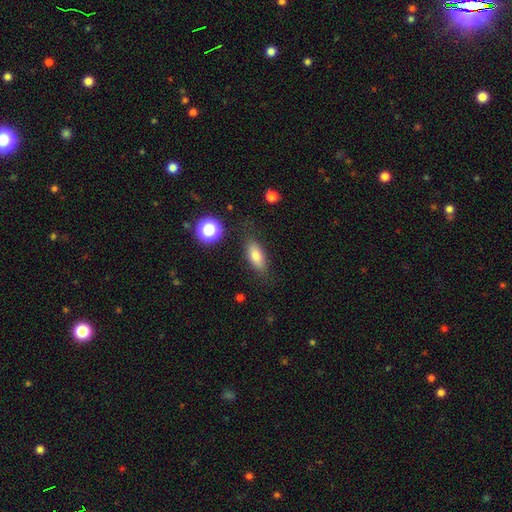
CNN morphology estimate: smooth-or-featured: smooth: 77% | featured or disk: 14% | star or artifact: 10%
  how-rounded: in between: 75% | cigar-shaped: 20% | round: 5%
  merging: none: 79% | minor disturbance: 14% | major disturbance: 4% | merger: 2%